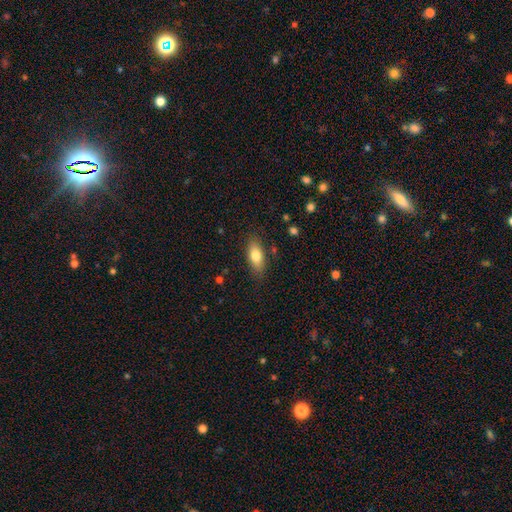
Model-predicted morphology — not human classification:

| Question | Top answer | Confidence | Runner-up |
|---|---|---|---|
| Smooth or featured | smooth | 78% | featured or disk (15%) |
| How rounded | in between | 81% | cigar-shaped (15%) |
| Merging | none | 83% | minor disturbance (13%) |